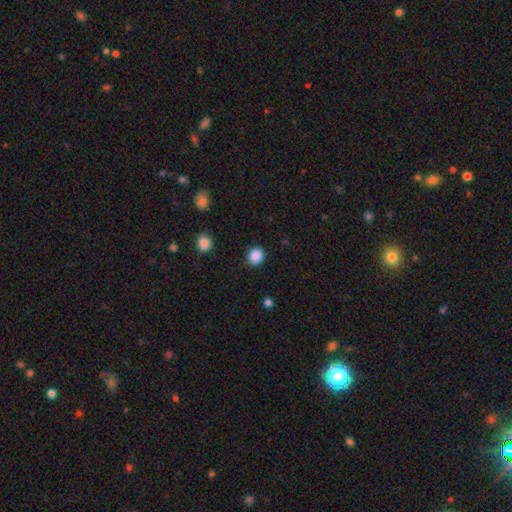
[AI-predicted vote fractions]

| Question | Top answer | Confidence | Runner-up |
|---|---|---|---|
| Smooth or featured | smooth | 88% | star or artifact (9%) |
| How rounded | round | 70% | in between (29%) |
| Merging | none | 87% | minor disturbance (9%) |